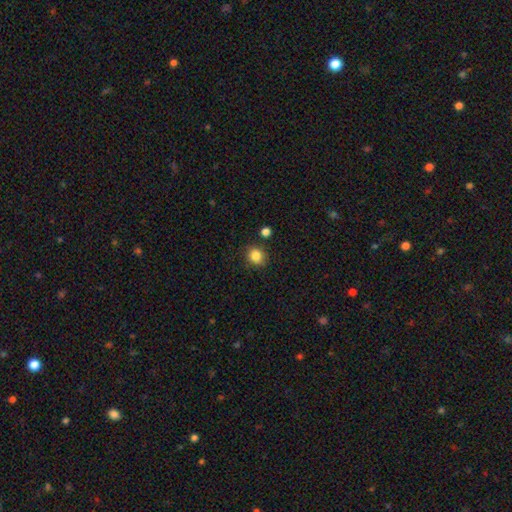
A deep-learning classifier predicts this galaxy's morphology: The model was most divided on "how rounded": round: 81%, in between: 18%, cigar-shaped: 1%. More confident: smooth or featured — smooth (85%); merging — none (85%).